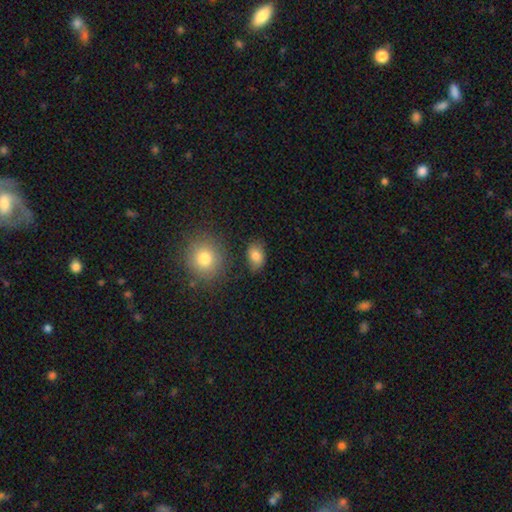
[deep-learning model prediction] Overall: smooth (82%). How rounded: in between (81%). Merging: none (76%).